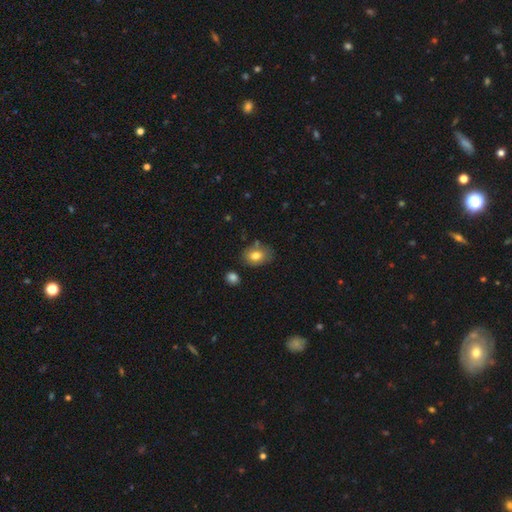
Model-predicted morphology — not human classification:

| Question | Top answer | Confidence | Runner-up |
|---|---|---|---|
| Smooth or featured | smooth | 79% | featured or disk (12%) |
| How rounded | in between | 70% | round (29%) |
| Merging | none | 74% | minor disturbance (16%) |